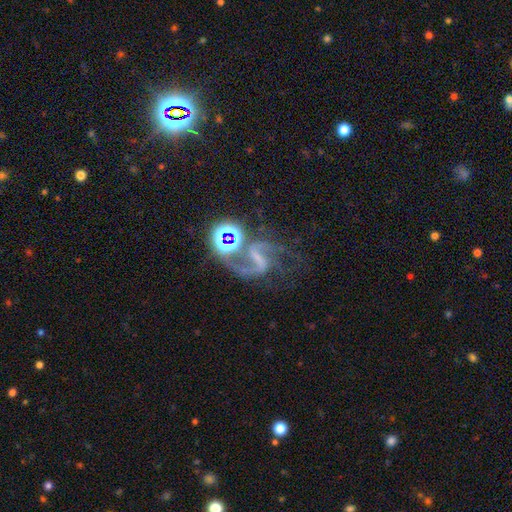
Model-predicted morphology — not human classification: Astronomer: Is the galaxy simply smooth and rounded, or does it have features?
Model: featured or disk — 80%.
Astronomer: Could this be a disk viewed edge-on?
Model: no — 98%.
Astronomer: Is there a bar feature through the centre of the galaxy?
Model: strong — 41% (runner-up: weak, 40%).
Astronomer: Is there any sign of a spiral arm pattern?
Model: yes — 95%.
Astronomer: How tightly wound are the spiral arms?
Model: loose — 51% (runner-up: medium, 40%).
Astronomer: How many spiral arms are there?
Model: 2 — 88%.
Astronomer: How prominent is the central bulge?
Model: small — 48% (runner-up: none, 34%).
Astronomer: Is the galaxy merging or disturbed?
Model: none — 44% (runner-up: major disturbance, 24%).